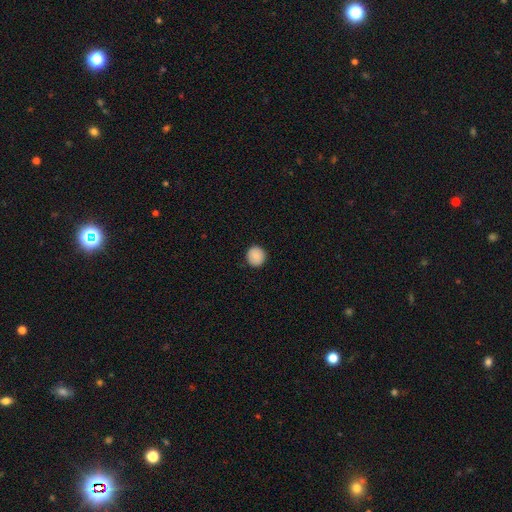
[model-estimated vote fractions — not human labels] A smooth galaxy with no disk features (89%) that is round (92%).

Vote fractions:
- Smooth or featured? smooth: 89% / star or artifact: 8% / featured or disk: 4%
- How rounded? round: 92% / in between: 7% / cigar-shaped: 1%
- Merging? none: 92% / minor disturbance: 6% / major disturbance: 2% / merger: 1%